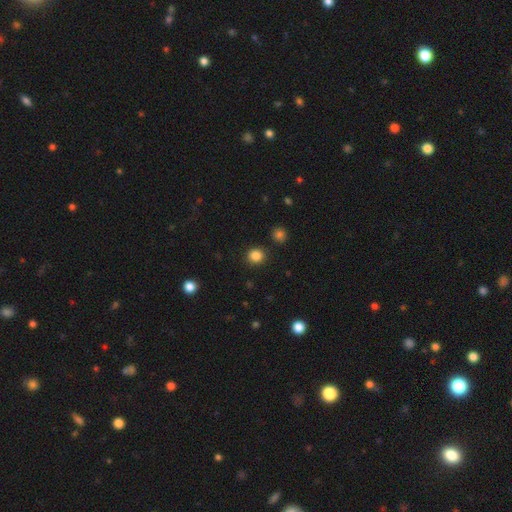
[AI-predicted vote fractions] This is clearly a smooth galaxy (85%). How rounded: clearly round (88%). Merging: clearly none (89%).